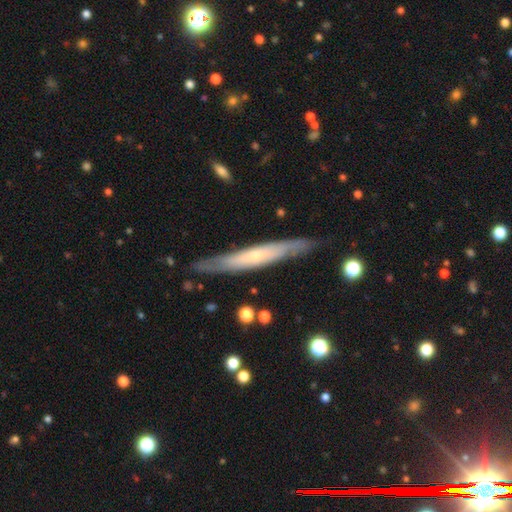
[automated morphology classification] type=featured or disk (59%); edge-on=yes (80%); merging=none (82%).